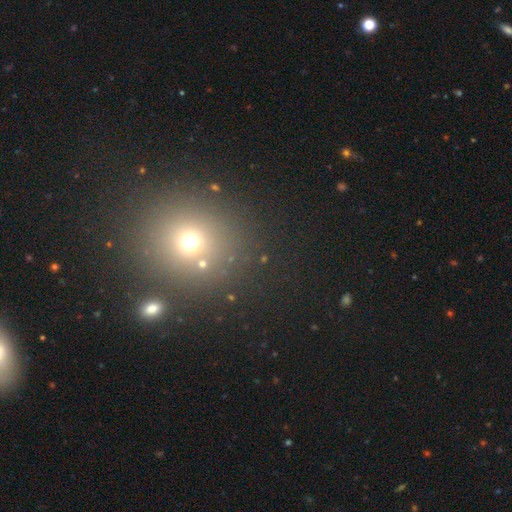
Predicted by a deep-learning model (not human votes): Smooth or featured? Predicted: smooth (p=0.52). How rounded? Predicted: round (p=0.83). Merging? Predicted: none (p=0.82).